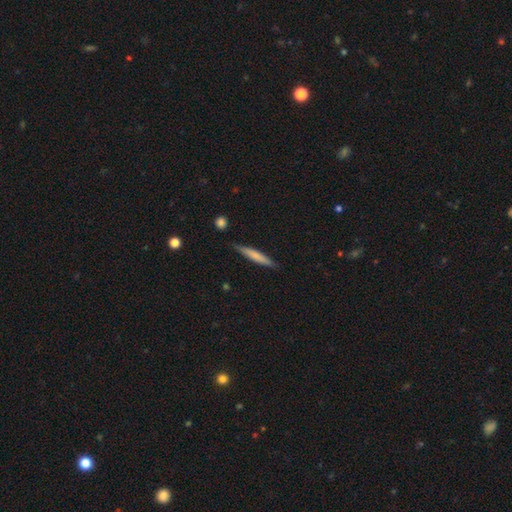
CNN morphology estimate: smooth_or_featured: smooth (p=0.65) [alt: featured or disk p=0.29]
how_rounded: cigar-shaped (p=0.93) [alt: in between p=0.06]
merging: none (p=0.85) [alt: minor disturbance p=0.11]